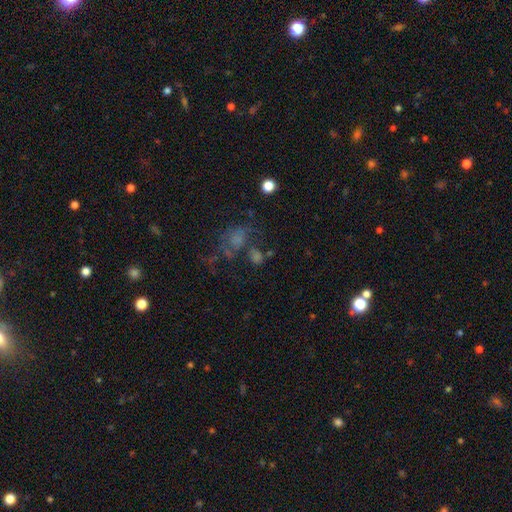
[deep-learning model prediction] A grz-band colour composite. It shows a smooth galaxy with no disk features (41%). Merging: none (41%).